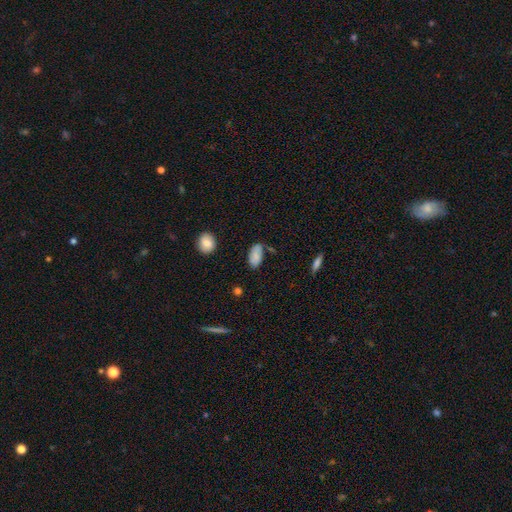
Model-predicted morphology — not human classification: A smooth galaxy with no disk features (80%) that is in between round and cigar-shaped (93%).

Vote fractions:
- Smooth or featured? smooth: 80% / featured or disk: 12% / star or artifact: 8%
- How rounded? in between: 93% / cigar-shaped: 4% / round: 3%
- Merging? none: 62% / minor disturbance: 25% / merger: 7% / major disturbance: 6%